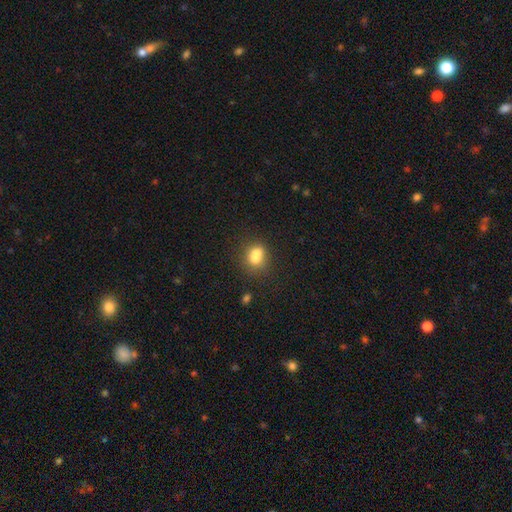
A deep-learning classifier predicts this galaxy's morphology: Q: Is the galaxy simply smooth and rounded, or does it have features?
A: smooth — 72%.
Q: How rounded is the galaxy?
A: round — 62%.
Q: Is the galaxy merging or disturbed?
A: merger — 52%.